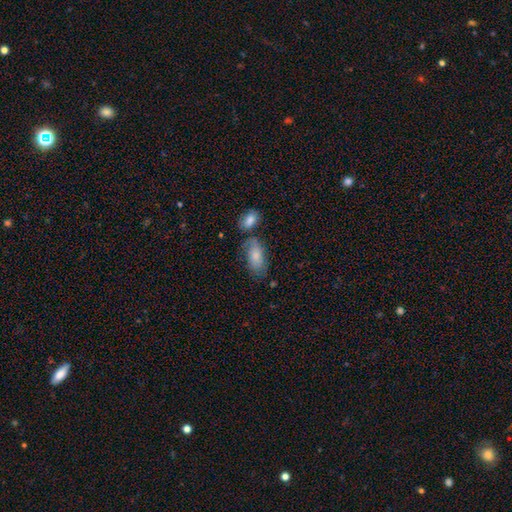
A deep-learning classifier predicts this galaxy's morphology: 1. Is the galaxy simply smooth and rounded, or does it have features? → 78% smooth, 16% featured or disk, 7% star or artifact.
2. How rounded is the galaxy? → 92% in between, 5% cigar-shaped, 3% round.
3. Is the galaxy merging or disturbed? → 50% none, 23% minor disturbance, 18% merger, 10% major disturbance.